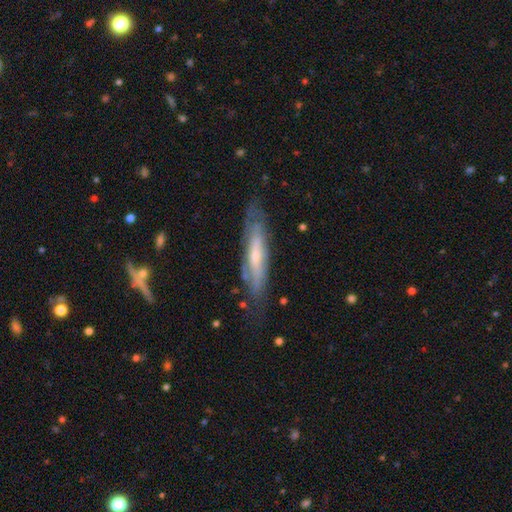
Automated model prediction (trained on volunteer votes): This is likely a featured or disk galaxy (64%). It is possibly viewed edge-on (55%). Merging: likely none (71%).